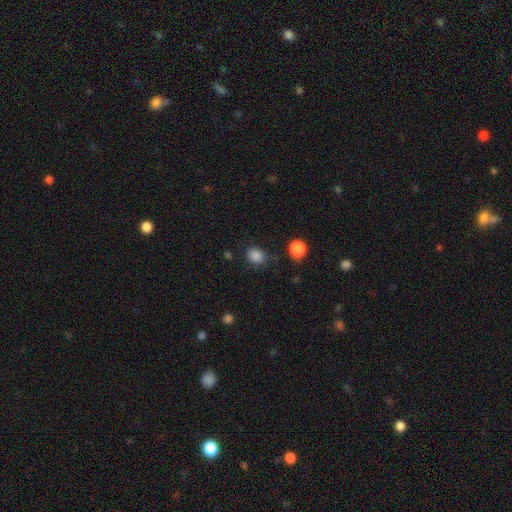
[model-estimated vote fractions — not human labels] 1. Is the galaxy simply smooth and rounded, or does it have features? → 85% smooth, 12% star or artifact, 3% featured or disk.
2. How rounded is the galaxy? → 51% in between, 48% round, 1% cigar-shaped.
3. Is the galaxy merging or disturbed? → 74% none, 18% minor disturbance, 5% major disturbance, 3% merger.